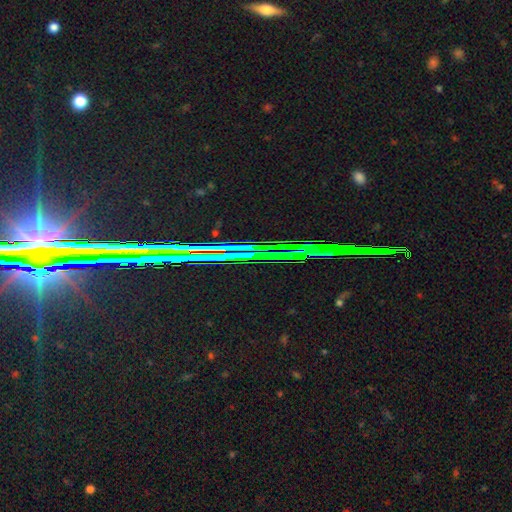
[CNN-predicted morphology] star or artifact 81%, featured or disk 12%, smooth 7%.